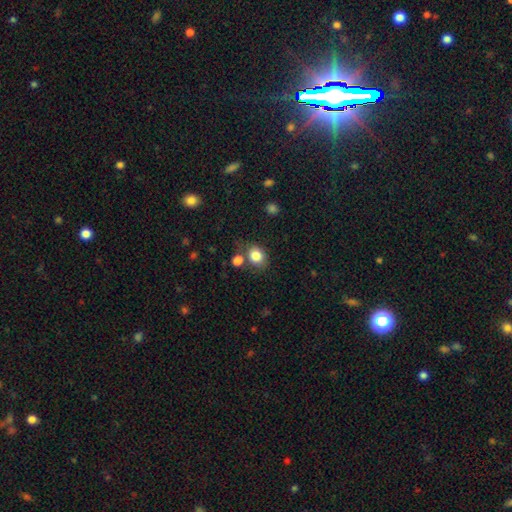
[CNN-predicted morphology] Q: Smooth or featured?
A: smooth (84%); runner-up: star or artifact (10%)
Q: How rounded?
A: round (58%); runner-up: in between (41%)
Q: Merging?
A: none (65%); runner-up: merger (15%)